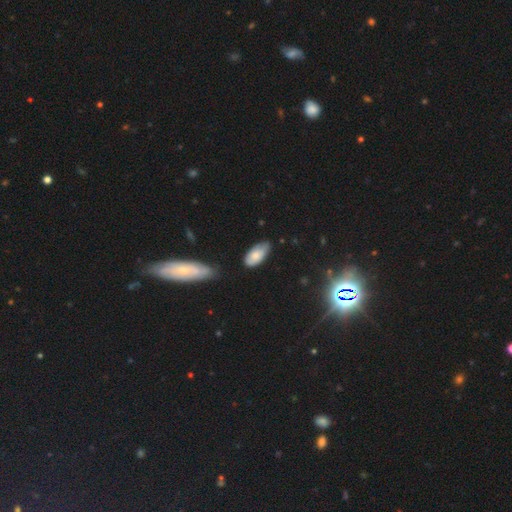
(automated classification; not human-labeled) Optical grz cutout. It shows a smooth galaxy with no disk features (74%) that is in between round and cigar-shaped (92%). Merging: none (56%).